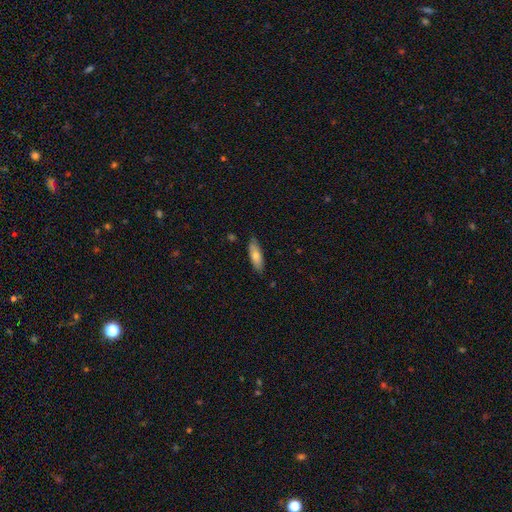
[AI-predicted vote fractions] This appears to be a smooth galaxy with no disk features (73%) that is in between round and cigar-shaped (58%). Merging: none (82%).